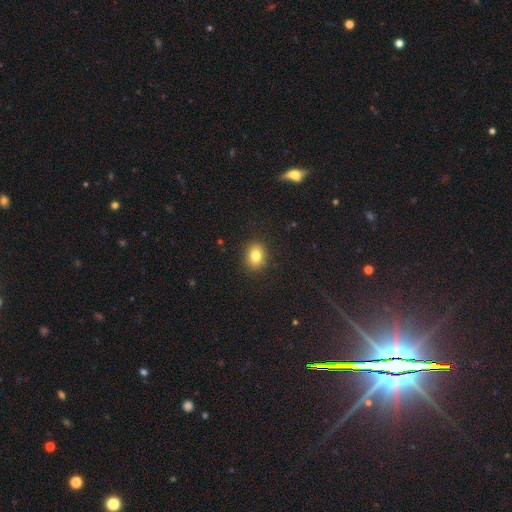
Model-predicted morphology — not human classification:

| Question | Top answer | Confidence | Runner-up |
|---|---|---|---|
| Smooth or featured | smooth | 81% | star or artifact (11%) |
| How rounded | round | 62% | in between (37%) |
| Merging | none | 89% | minor disturbance (7%) |